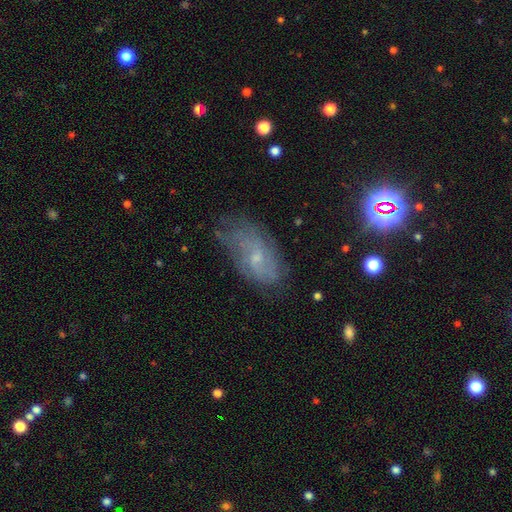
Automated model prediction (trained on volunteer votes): Q: Smooth or featured?
A: featured or disk (50%); runner-up: smooth (35%)
Q: Edge-on disk?
A: no (93%); runner-up: yes (7%)
Q: Merging?
A: none (55%); runner-up: minor disturbance (29%)